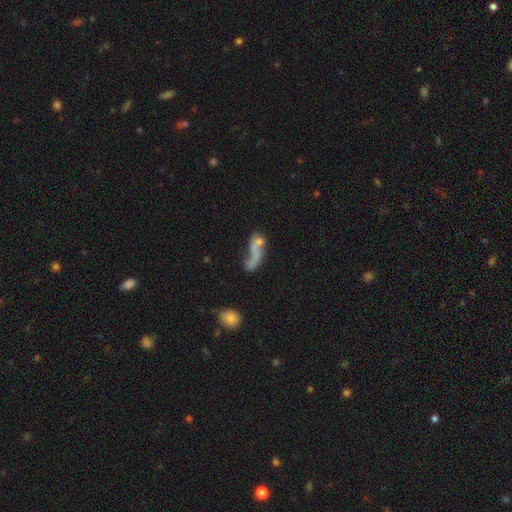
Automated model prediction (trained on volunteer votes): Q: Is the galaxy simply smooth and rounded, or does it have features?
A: smooth — 46%.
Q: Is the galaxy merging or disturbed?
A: merger — 35%.